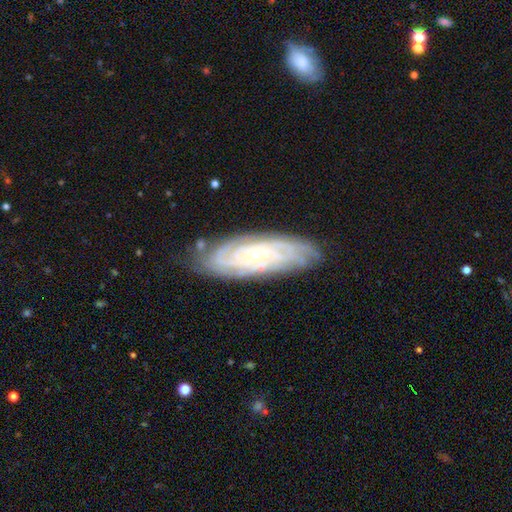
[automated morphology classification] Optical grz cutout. It shows a featured or disk galaxy (86%) with no bar (75%), tight (82%) spiral arms (97%) and a small central bulge (77%). Merging: none (80%).